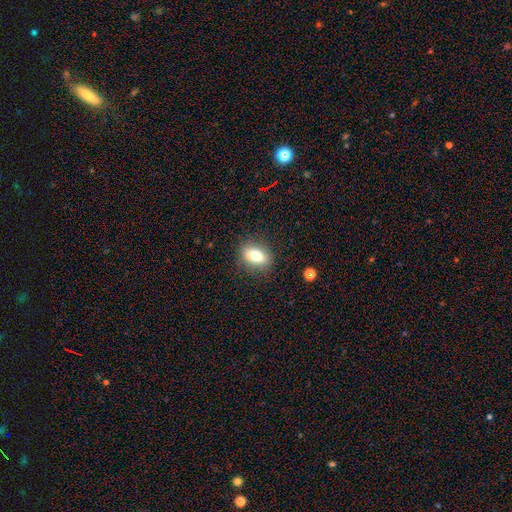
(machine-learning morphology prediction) Smooth or featured?
  - smooth: 74% *
  - featured or disk: 16%
  - star or artifact: 10%
How rounded?
  - in between: 78% *
  - round: 17%
  - cigar-shaped: 5%
Merging?
  - none: 84% *
  - minor disturbance: 12%
  - major disturbance: 3%
  - merger: 1%